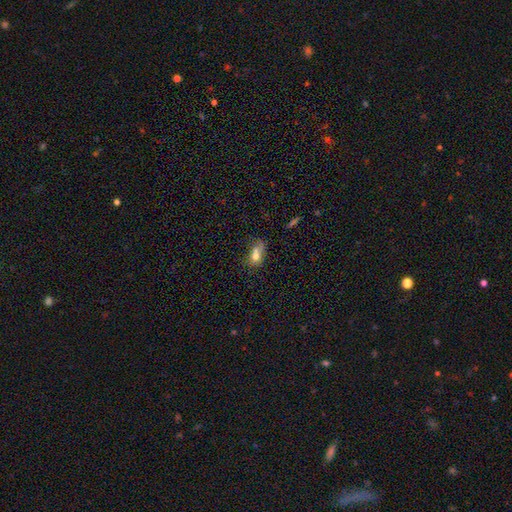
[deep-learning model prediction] This appears to be a smooth galaxy with no disk features (70%) that is in between round and cigar-shaped (70%). Merging: none (33%).